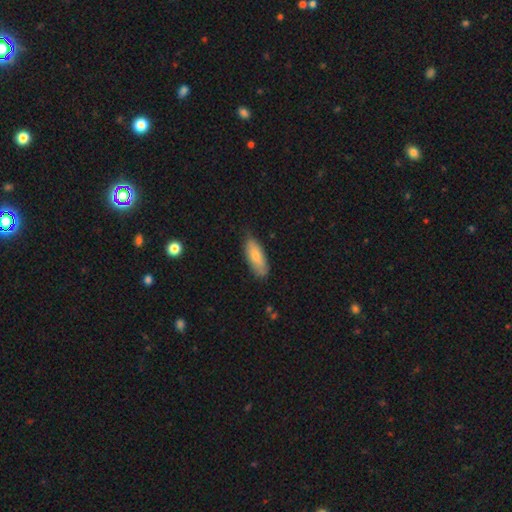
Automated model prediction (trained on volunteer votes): smooth_or_featured: smooth (p=0.78) [alt: featured or disk p=0.16]
how_rounded: in between (p=0.73) [alt: cigar-shaped p=0.25]
merging: none (p=0.74) [alt: minor disturbance p=0.21]